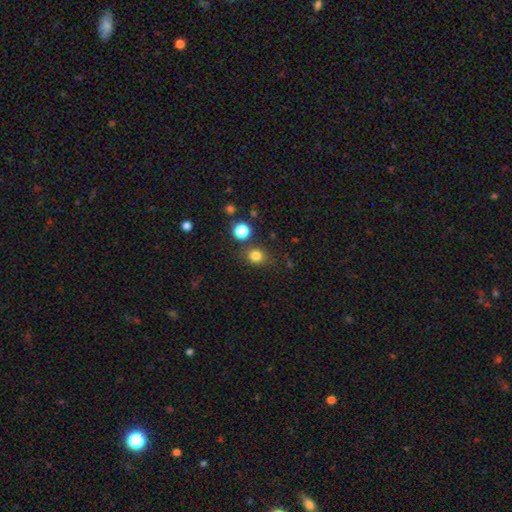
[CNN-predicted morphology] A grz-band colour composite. It shows a smooth galaxy with no disk features (81%) that is round (76%). Merging: none (78%).